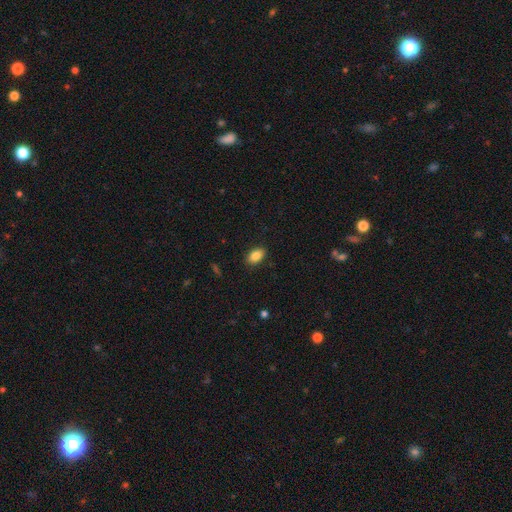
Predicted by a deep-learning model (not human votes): Morphology: type=smooth (86%); roundness=in between (89%); merging=none (88%).